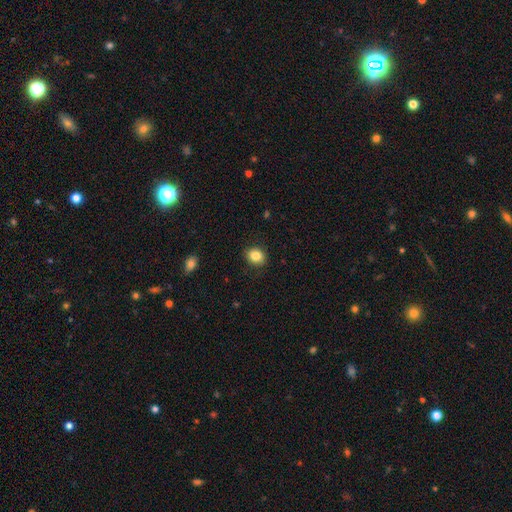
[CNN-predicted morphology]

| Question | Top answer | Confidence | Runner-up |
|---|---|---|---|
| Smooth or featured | smooth | 85% | star or artifact (9%) |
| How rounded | round | 57% | in between (42%) |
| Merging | none | 86% | minor disturbance (10%) |